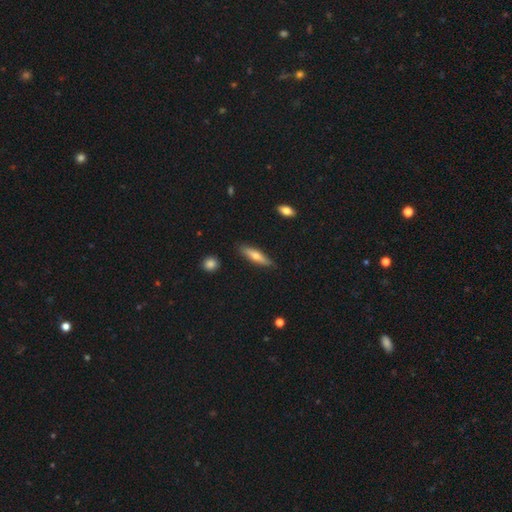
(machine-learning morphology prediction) smooth_or_featured: smooth (p=0.58) [alt: featured or disk p=0.35]
how_rounded: cigar-shaped (p=0.74) [alt: in between p=0.24]
merging: none (p=0.86) [alt: minor disturbance p=0.11]